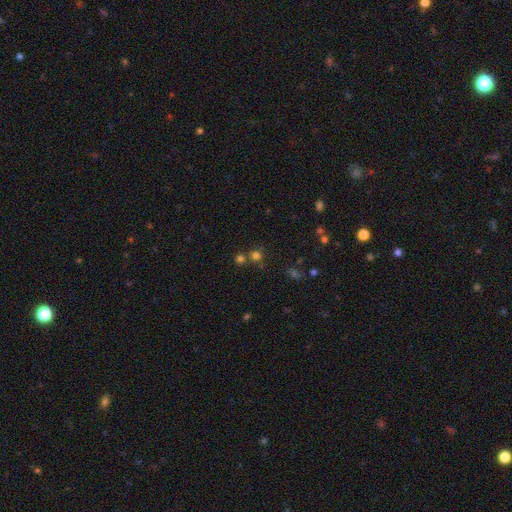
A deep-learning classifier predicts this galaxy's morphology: Smooth or featured? Predicted: smooth (p=0.64). How rounded? Predicted: round (p=0.91). Merging? Predicted: none (p=0.66).